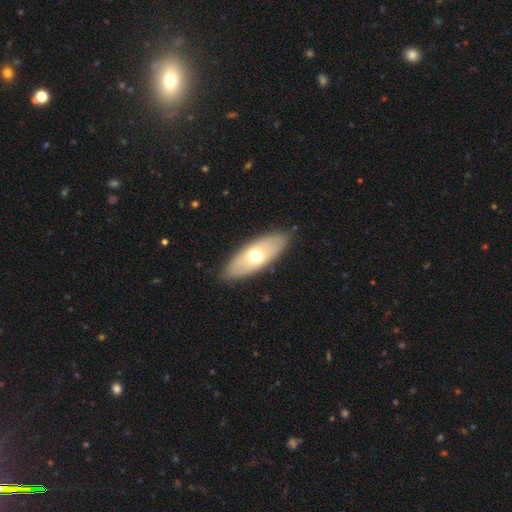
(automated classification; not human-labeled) Q: Smooth or featured?
A: smooth (58%); runner-up: featured or disk (36%)
Q: How rounded?
A: in between (78%); runner-up: cigar-shaped (19%)
Q: Merging?
A: none (87%); runner-up: minor disturbance (10%)